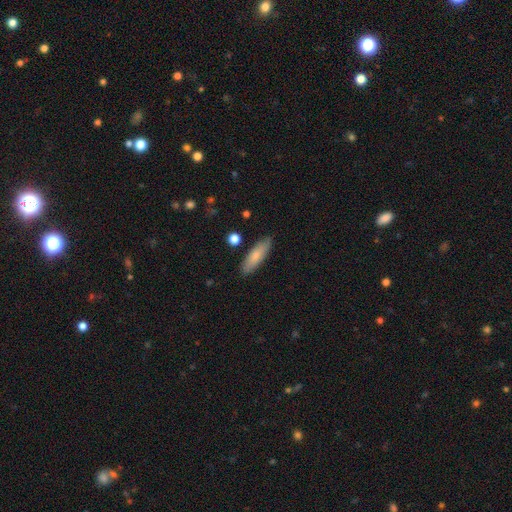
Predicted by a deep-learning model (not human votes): A smooth galaxy with no disk features (78%) that is cigar-shaped (53%). Merging: none (86%).